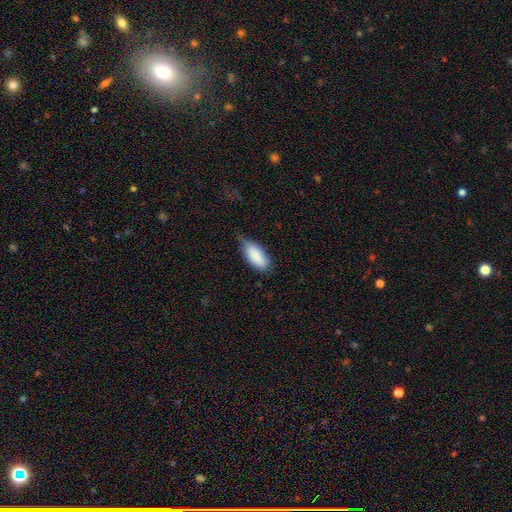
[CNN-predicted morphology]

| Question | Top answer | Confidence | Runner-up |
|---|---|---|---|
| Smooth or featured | smooth | 87% | featured or disk (7%) |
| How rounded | in between | 89% | cigar-shaped (9%) |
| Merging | none | 49% | minor disturbance (41%) |